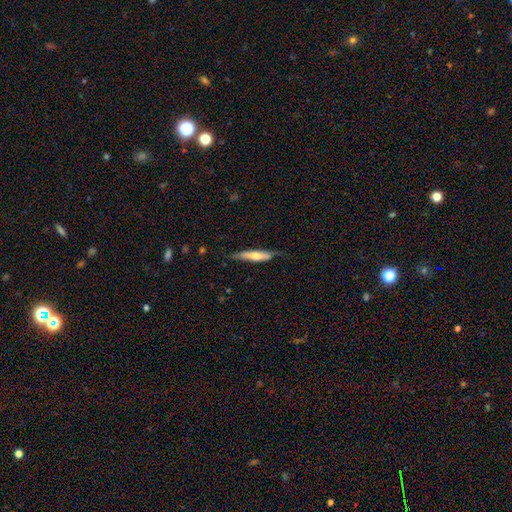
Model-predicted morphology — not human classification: Smooth or featured?
  - smooth: 53% *
  - featured or disk: 41%
  - star or artifact: 5%
How rounded?
  - cigar-shaped: 81% *
  - in between: 17%
  - round: 2%
Merging?
  - none: 69% *
  - minor disturbance: 24%
  - major disturbance: 5%
  - merger: 1%